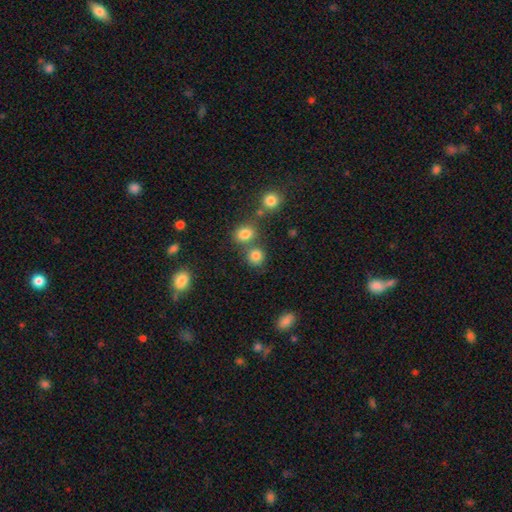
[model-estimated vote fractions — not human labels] Smooth or featured? Predicted: smooth (p=0.81). How rounded? Predicted: round (p=0.80). Merging? Predicted: none (p=0.63).